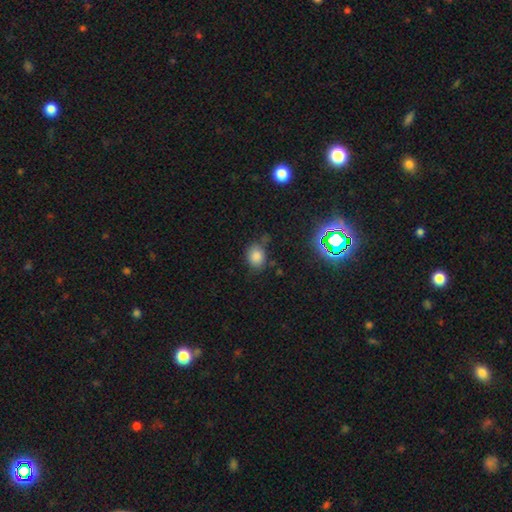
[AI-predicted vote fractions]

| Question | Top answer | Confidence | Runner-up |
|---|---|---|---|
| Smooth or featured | smooth | 79% | star or artifact (15%) |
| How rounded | round | 52% | in between (46%) |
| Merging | none | 65% | minor disturbance (23%) |